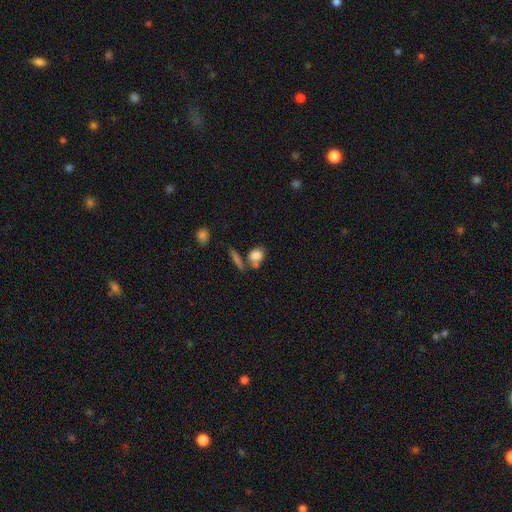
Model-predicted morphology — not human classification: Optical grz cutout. It shows a smooth galaxy with no disk features (81%) that is in between round and cigar-shaped (55%). Merging: none (50%).